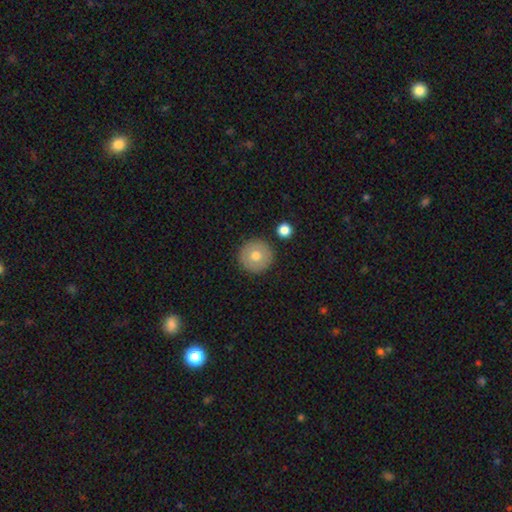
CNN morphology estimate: smooth-or-featured: smooth: 70% | featured or disk: 22% | star or artifact: 8%
  how-rounded: round: 96% | in between: 3% | cigar-shaped: 1%
  merging: none: 90% | minor disturbance: 6% | merger: 2% | major disturbance: 2%